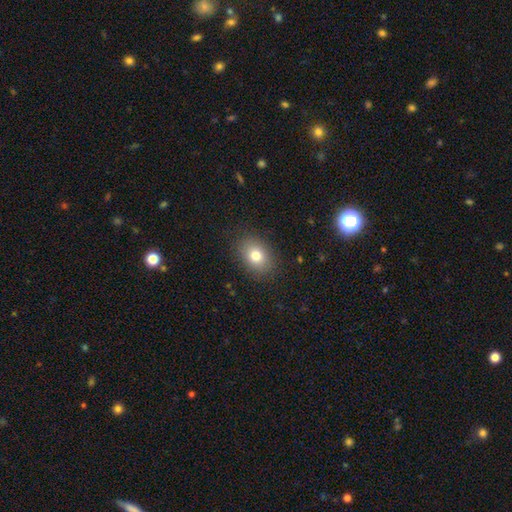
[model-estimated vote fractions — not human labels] Smooth or featured?
  - smooth: 78% *
  - featured or disk: 11%
  - star or artifact: 11%
How rounded?
  - in between: 64% *
  - round: 35%
  - cigar-shaped: 1%
Merging?
  - none: 86% *
  - minor disturbance: 9%
  - major disturbance: 3%
  - merger: 1%